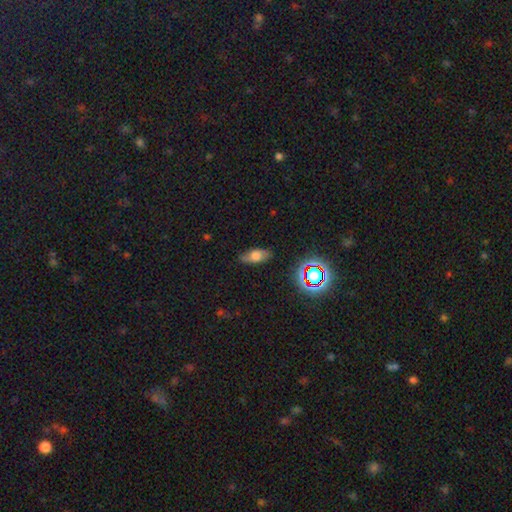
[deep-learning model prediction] Overall: smooth (61%; featured or disk 25%). How rounded: in between (80%). Merging: none (80%).